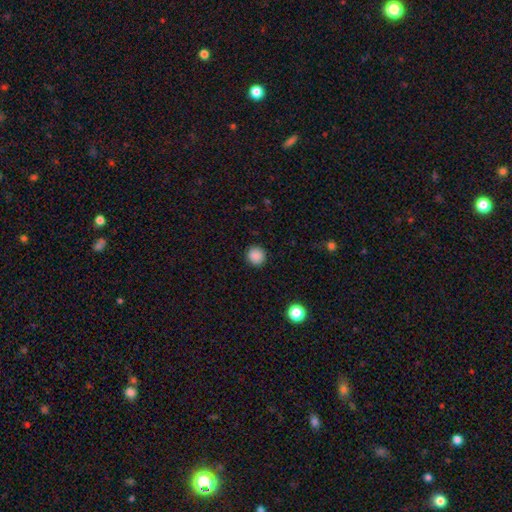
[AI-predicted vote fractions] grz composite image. It shows a smooth galaxy with no disk features (88%) that is round (93%). Merging: none (91%).